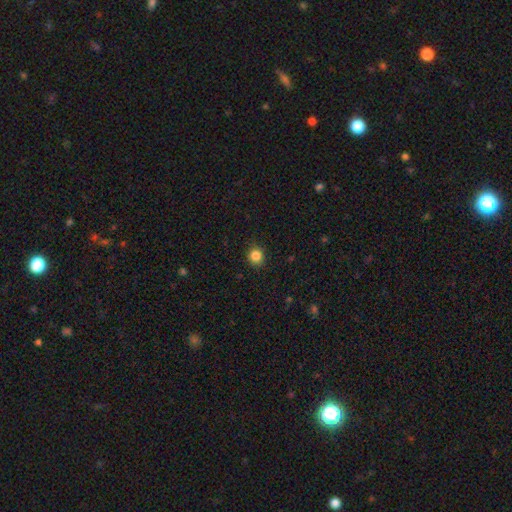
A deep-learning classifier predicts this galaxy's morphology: type=smooth (85%); roundness=round (87%); merging=none (89%).